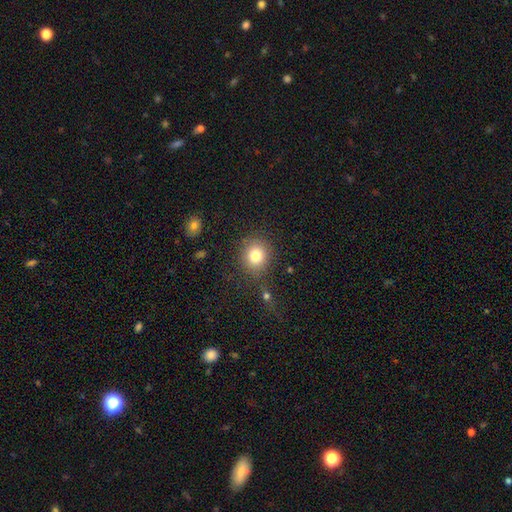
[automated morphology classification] smooth_or_featured: smooth (p=0.81) [alt: star or artifact p=0.11]
how_rounded: round (p=0.78) [alt: in between p=0.21]
merging: none (p=0.80) [alt: minor disturbance p=0.11]